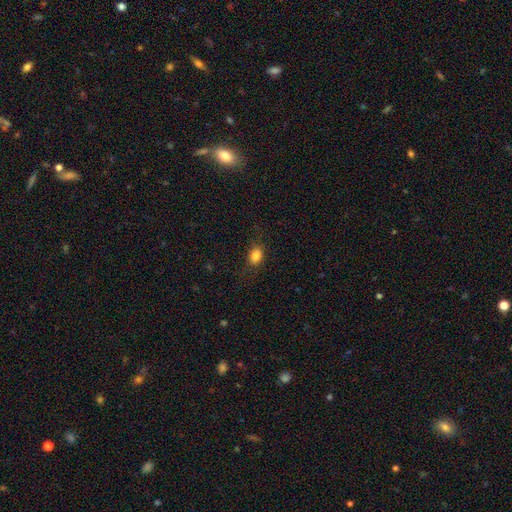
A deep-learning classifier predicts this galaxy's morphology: A smooth galaxy with no disk features (84%) that is in between round and cigar-shaped (71%).

Vote fractions:
- Smooth or featured? smooth: 84% / star or artifact: 10% / featured or disk: 6%
- How rounded? in between: 71% / round: 28% / cigar-shaped: 2%
- Merging? none: 79% / minor disturbance: 14% / major disturbance: 5% / merger: 1%